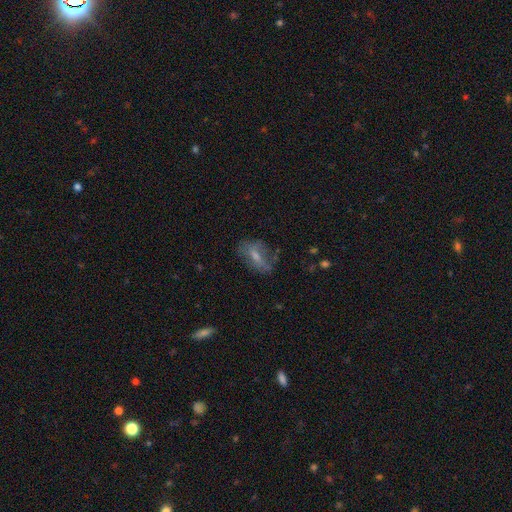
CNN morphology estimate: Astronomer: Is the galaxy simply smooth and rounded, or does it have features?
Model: featured or disk — 46% (runner-up: smooth, 42%).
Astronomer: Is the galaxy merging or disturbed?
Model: none — 60%.